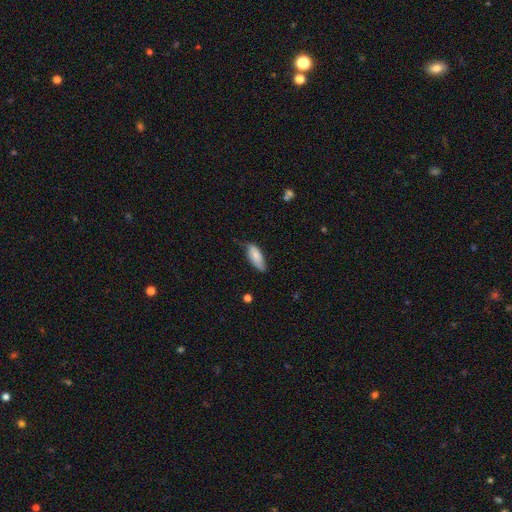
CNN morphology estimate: Smooth or featured: smooth — 79% (featured or disk — 15%)
How rounded: in between — 79% (cigar-shaped — 19%)
Merging: none — 59% (minor disturbance — 34%)